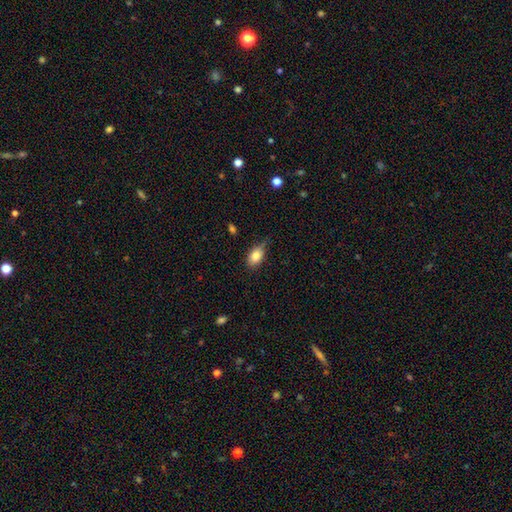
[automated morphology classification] Smooth or featured? Predicted: smooth (p=0.82). How rounded? Predicted: in between (p=0.86). Merging? Predicted: none (p=0.58).